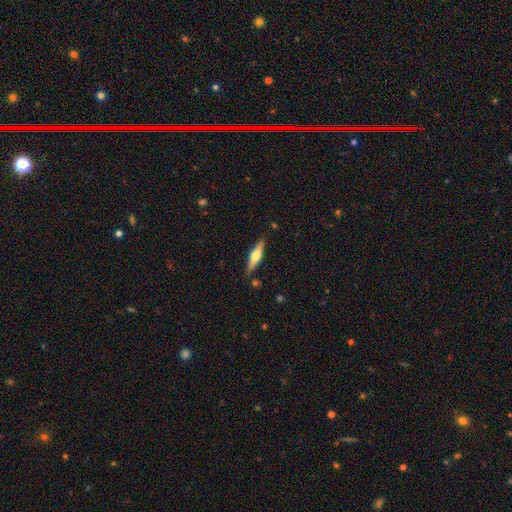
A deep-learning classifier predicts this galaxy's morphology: This appears to be a featured or disk galaxy (63%) viewed edge-on (96%) with a rounded central bulge (90%). Merging: none (85%).